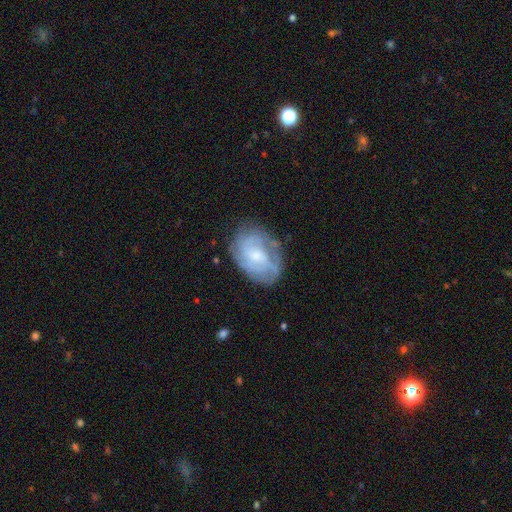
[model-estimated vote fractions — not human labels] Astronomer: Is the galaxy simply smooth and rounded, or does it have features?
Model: featured or disk — 67%.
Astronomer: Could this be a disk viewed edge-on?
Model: no — 97%.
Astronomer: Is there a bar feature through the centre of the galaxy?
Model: no — 59% (runner-up: weak, 35%).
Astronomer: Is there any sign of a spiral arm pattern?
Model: yes — 80%.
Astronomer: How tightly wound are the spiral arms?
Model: tight — 49% (runner-up: medium, 36%).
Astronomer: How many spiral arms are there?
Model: can't tell — 49%.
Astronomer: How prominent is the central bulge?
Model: small — 52% (runner-up: moderate, 37%).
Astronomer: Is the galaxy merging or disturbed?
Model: none — 68%.